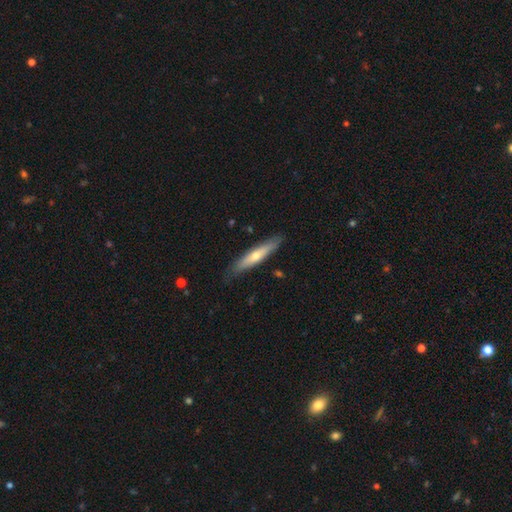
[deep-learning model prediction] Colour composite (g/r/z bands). It shows a smooth galaxy with no disk features (52%) that is cigar-shaped (85%). Merging: none (83%).